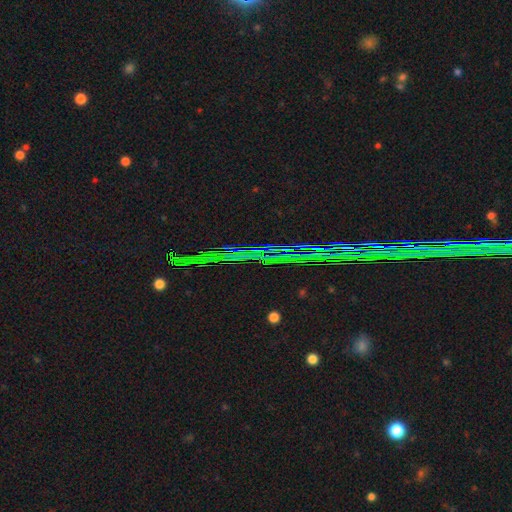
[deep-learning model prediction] This appears to be a star or artifact, not a galaxy (87%).